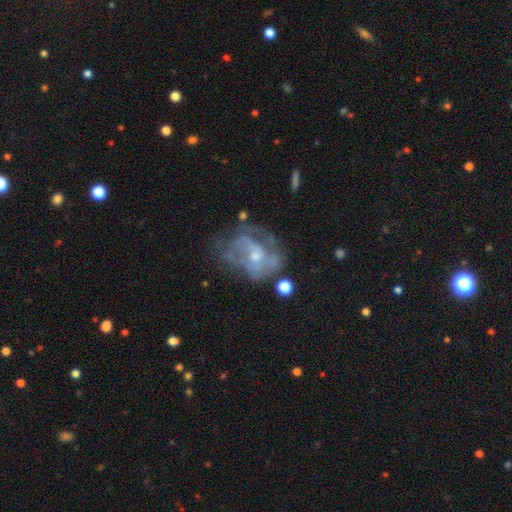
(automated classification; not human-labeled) The model was most divided on "merging": none: 43%, major disturbance: 29%, minor disturbance: 22%, merger: 6%. More confident: edge-on disk — no (97%); bar — no (72%); smooth or featured — featured or disk (71%); spiral arms — yes (58%); bulge size — small (54%).